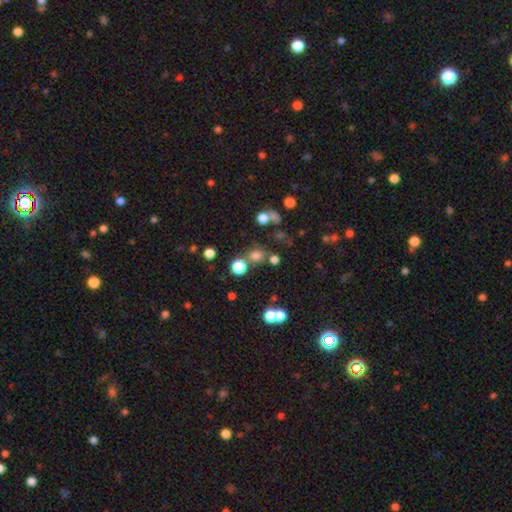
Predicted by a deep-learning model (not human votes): The model was most divided on "smooth or featured": smooth: 70%, star or artifact: 23%, featured or disk: 8%. More confident: how rounded — round (82%); merging — none (70%).